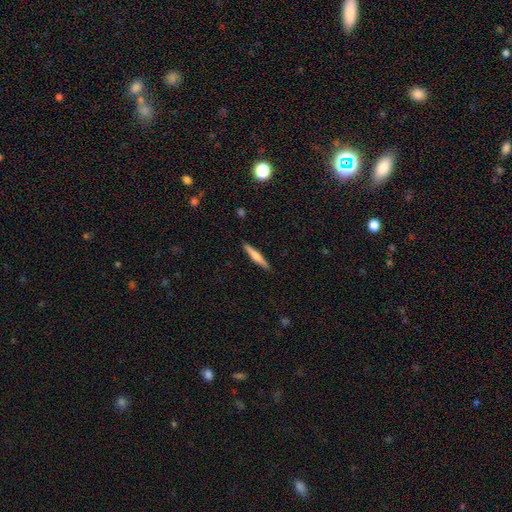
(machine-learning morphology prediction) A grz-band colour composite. It shows a smooth galaxy with no disk features (60%) that is cigar-shaped (92%). Merging: none (90%).